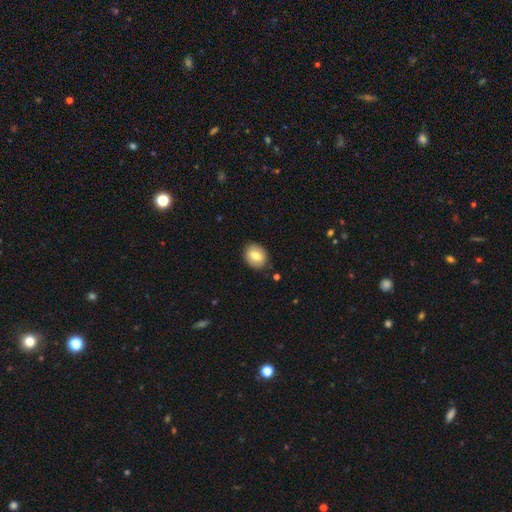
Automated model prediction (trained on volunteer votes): Q: Smooth or featured?
A: smooth (75%); runner-up: featured or disk (17%)
Q: How rounded?
A: round (54%); runner-up: in between (45%)
Q: Merging?
A: none (87%); runner-up: minor disturbance (9%)